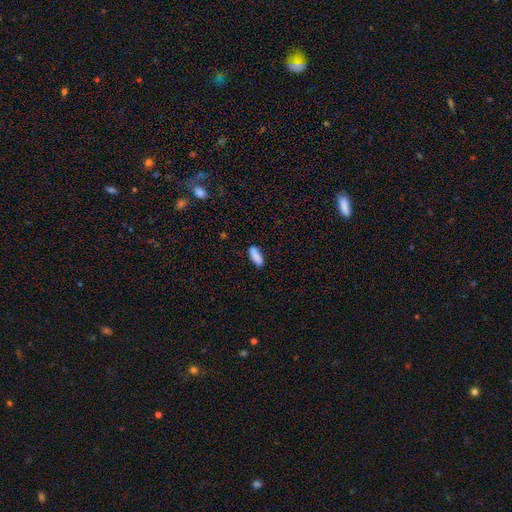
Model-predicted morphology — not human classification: smooth_or_featured: smooth (p=0.86) [alt: star or artifact p=0.08]
how_rounded: cigar-shaped (p=0.52) [alt: in between p=0.46]
merging: none (p=0.79) [alt: minor disturbance p=0.14]